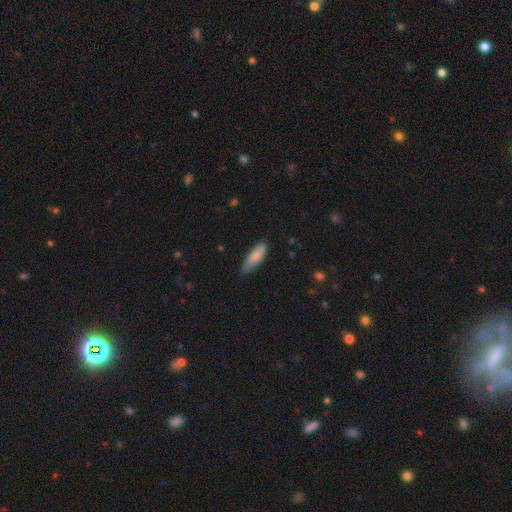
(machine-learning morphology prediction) smooth 83%, featured or disk 11%, star or artifact 6%. Down the decision tree: how rounded — in between (55%); merging — none (66%).